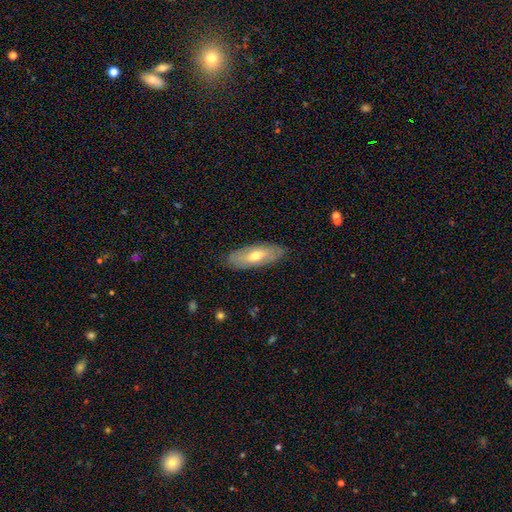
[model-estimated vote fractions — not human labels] Overall: smooth (59%; featured or disk 35%). How rounded: in between (71%). Merging: none (85%).